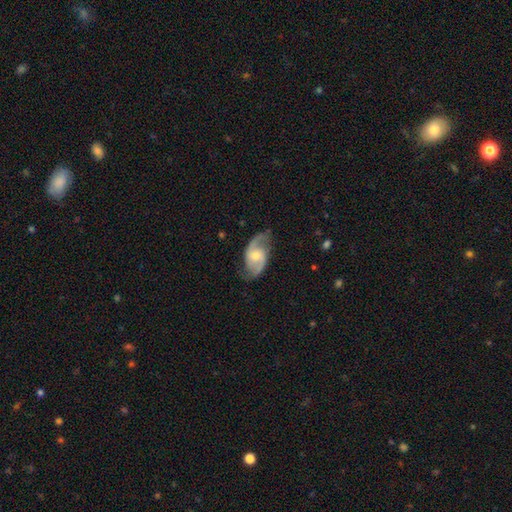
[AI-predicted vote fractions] Smooth or featured? featured or disk (86%)
Edge-on disk? no (97%)
Bar? no (52%)
Spiral arms? yes (96%)
Spiral winding? medium (50%)
Spiral arm count? 2 (92%)
Bulge size? moderate (54%)
Merging? none (77%)